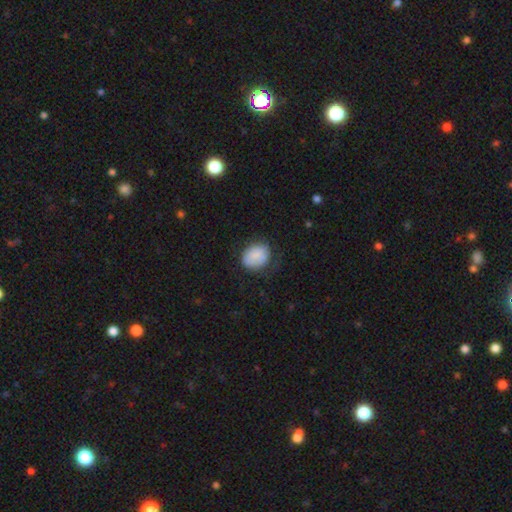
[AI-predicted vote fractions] smooth 83%, featured or disk 10%, star or artifact 7%. Down the decision tree: how rounded — round (60%); merging — none (64%).